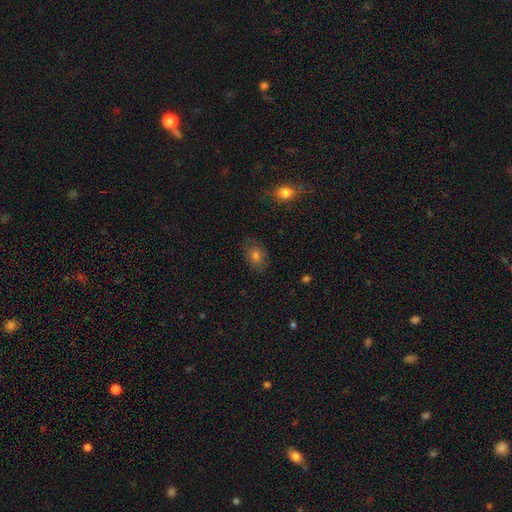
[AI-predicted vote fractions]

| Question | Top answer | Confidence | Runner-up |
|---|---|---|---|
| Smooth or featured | smooth | 69% | star or artifact (17%) |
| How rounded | in between | 65% | round (34%) |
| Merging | none | 79% | minor disturbance (15%) |